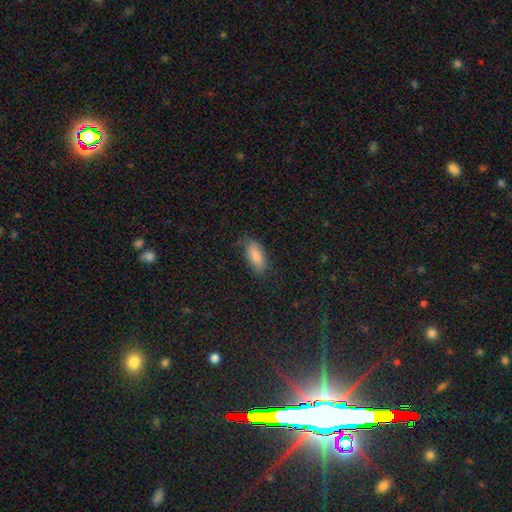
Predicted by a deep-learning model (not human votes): This is clearly a smooth galaxy (83%). How rounded: clearly in between (87%). Merging: likely none (70%).